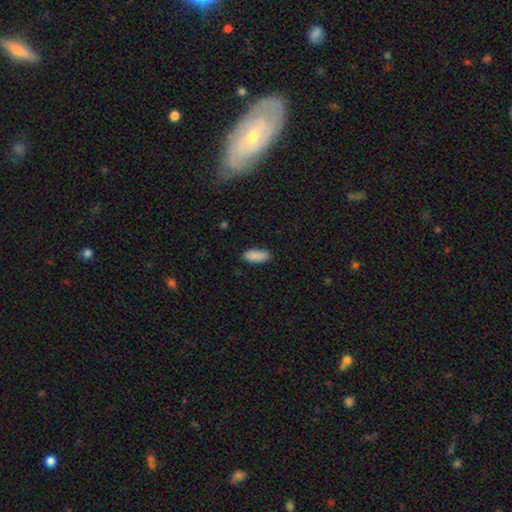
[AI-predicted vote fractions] smooth 90%, star or artifact 7%, featured or disk 4%. Down the decision tree: how rounded — in between (83%); merging — none (85%).